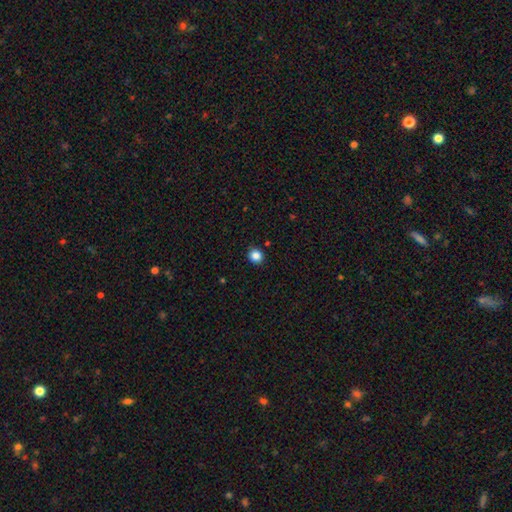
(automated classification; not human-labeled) This is clearly a smooth galaxy (86%). How rounded: clearly round (83%). Merging: clearly none (91%).